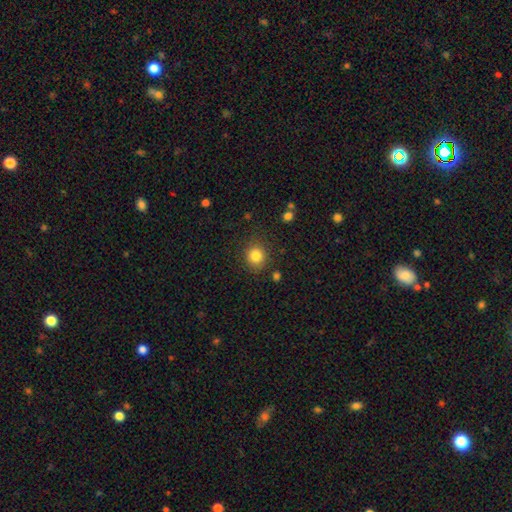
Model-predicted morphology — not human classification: This is clearly a smooth galaxy (83%). How rounded: clearly round (84%). Merging: clearly none (85%).